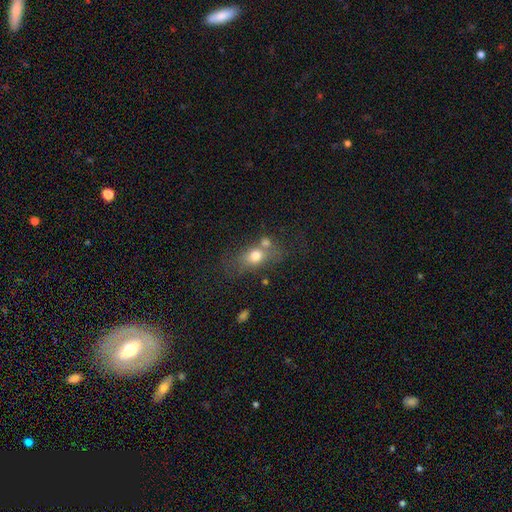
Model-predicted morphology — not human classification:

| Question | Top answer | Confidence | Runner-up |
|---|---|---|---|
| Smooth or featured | smooth | 71% | featured or disk (18%) |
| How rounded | in between | 60% | round (35%) |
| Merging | none | 40% | merger (32%) |